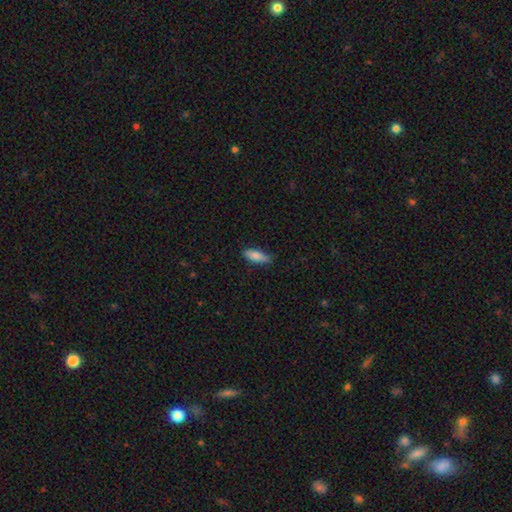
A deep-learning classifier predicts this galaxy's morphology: smooth_or_featured: smooth (p=0.83) [alt: featured or disk p=0.11]
how_rounded: in between (p=0.64) [alt: cigar-shaped p=0.34]
merging: none (p=0.77) [alt: minor disturbance p=0.19]